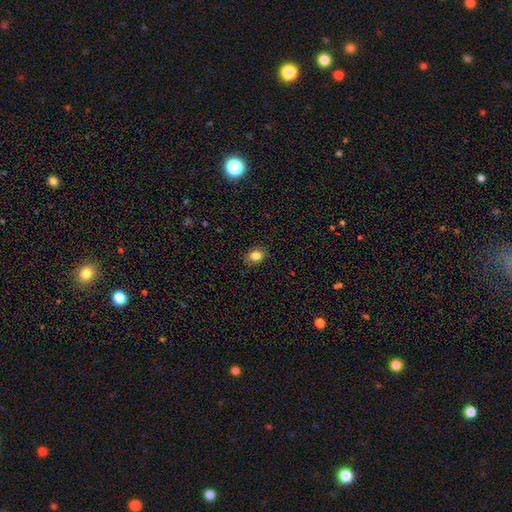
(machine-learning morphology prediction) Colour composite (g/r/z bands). It shows a smooth galaxy with no disk features (84%) that is in between round and cigar-shaped (63%). Merging: none (87%).